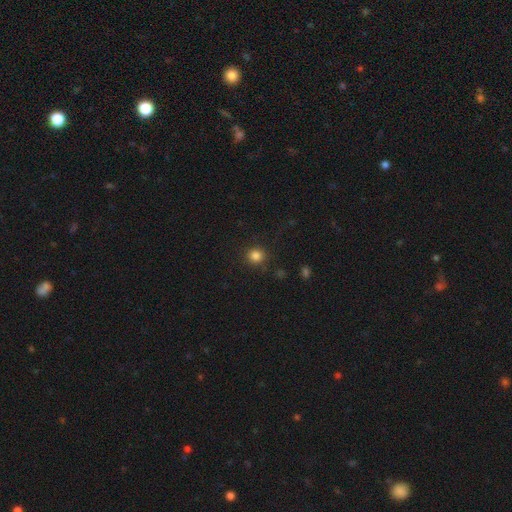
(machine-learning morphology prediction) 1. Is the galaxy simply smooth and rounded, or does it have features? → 84% smooth, 12% star or artifact, 4% featured or disk.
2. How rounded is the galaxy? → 91% round, 8% in between, 1% cigar-shaped.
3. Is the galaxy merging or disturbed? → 89% none, 7% minor disturbance, 3% major disturbance, 1% merger.